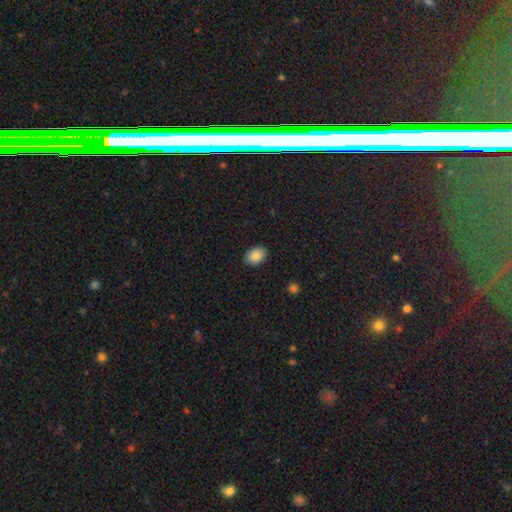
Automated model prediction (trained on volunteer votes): Smooth or featured? Predicted: smooth (p=0.88). How rounded? Predicted: in between (p=0.81). Merging? Predicted: none (p=0.88).